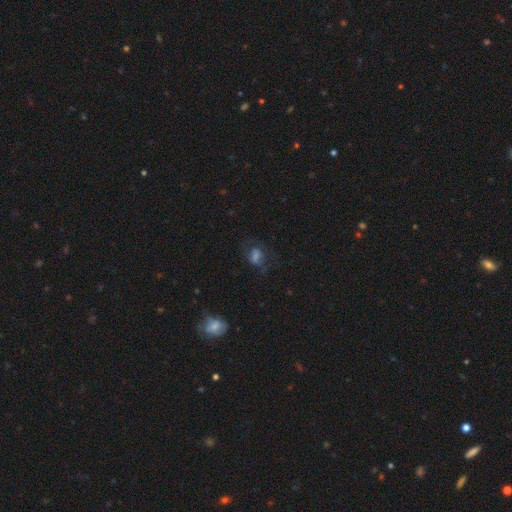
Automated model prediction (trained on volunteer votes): Morphology: type=smooth (42%); merging=none (55%).